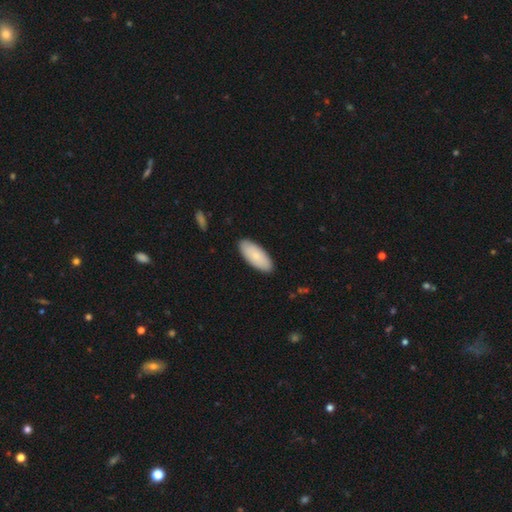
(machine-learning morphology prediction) This is clearly a smooth galaxy (81%). How rounded: clearly in between (88%). Merging: clearly none (89%).